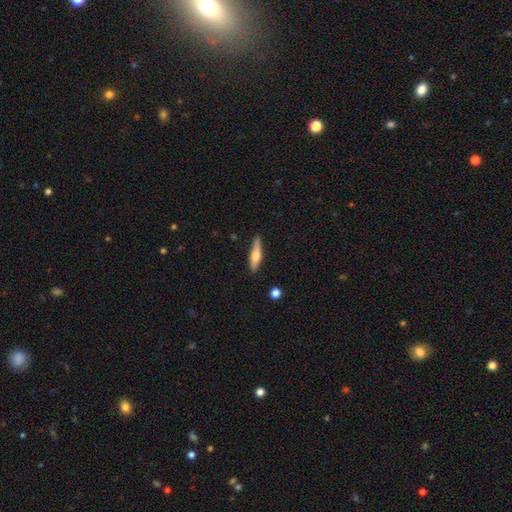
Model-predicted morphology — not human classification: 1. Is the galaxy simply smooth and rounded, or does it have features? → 50% smooth, 44% featured or disk, 6% star or artifact.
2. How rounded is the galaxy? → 75% cigar-shaped, 23% in between, 2% round.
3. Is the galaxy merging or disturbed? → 85% none, 11% minor disturbance, 2% major disturbance, 2% merger.